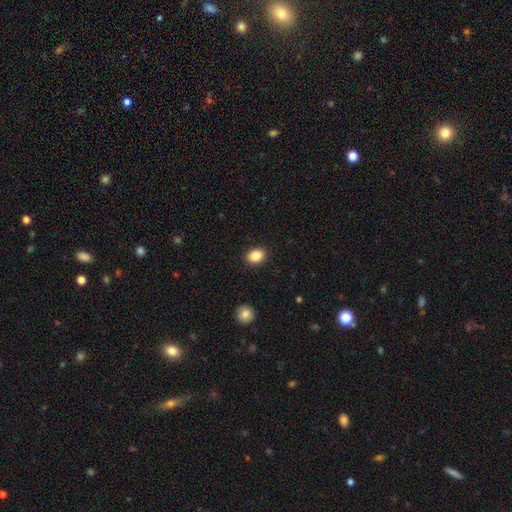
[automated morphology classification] Overall: smooth (87%). How rounded: in between (61%; round 38%). Merging: none (90%).